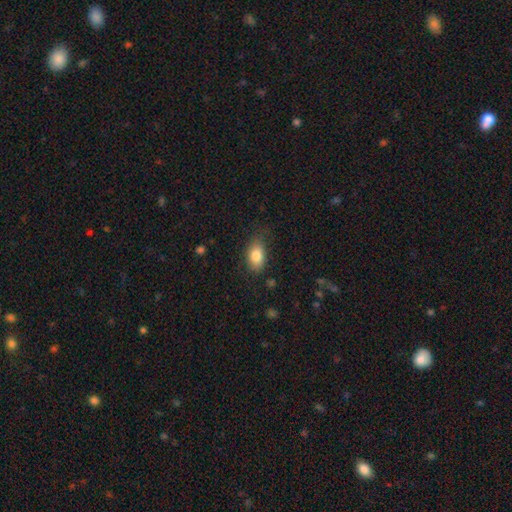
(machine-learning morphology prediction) Smooth or featured?
  - smooth: 83% *
  - featured or disk: 9%
  - star or artifact: 8%
How rounded?
  - in between: 88% *
  - round: 9%
  - cigar-shaped: 2%
Merging?
  - none: 75% *
  - minor disturbance: 19%
  - major disturbance: 5%
  - merger: 1%